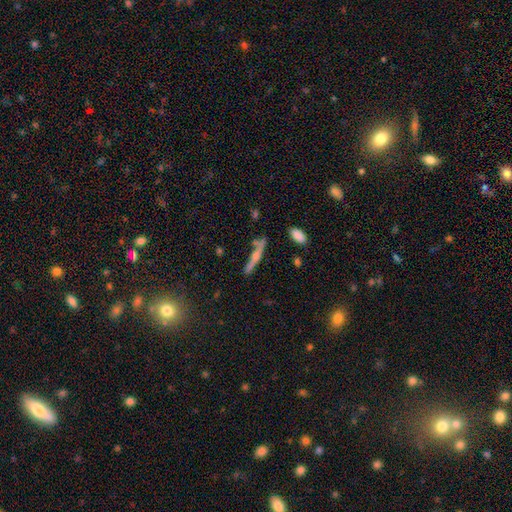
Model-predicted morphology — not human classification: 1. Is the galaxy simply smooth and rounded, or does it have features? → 55% featured or disk, 36% smooth, 9% star or artifact.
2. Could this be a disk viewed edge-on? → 93% yes, 7% no.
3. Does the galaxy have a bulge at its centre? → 75% rounded, 15% none, 10% boxy.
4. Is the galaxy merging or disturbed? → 68% none, 18% minor disturbance, 8% merger, 6% major disturbance.